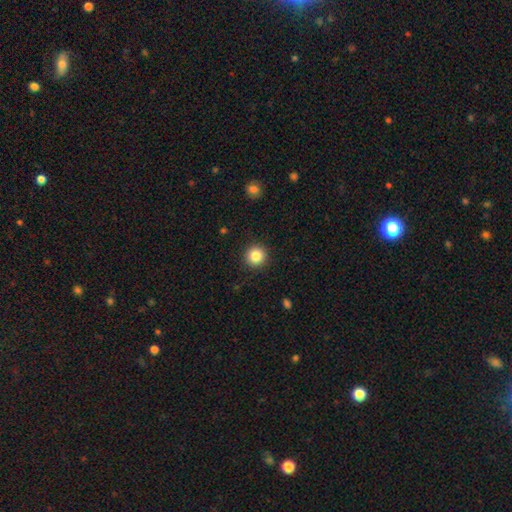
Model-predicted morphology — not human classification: Smooth or featured? smooth (84%)
How rounded? round (95%)
Merging? none (92%)